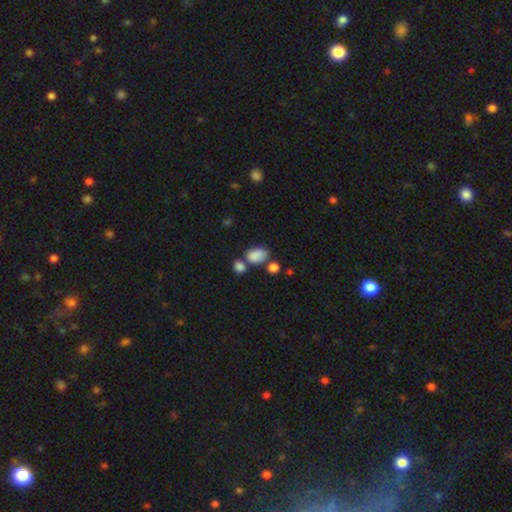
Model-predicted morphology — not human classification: Q: Smooth or featured?
A: smooth (83%); runner-up: star or artifact (9%)
Q: How rounded?
A: in between (85%); runner-up: round (14%)
Q: Merging?
A: none (45%); runner-up: merger (29%)